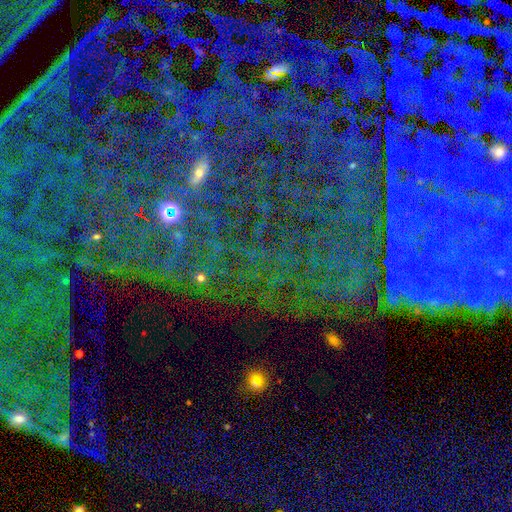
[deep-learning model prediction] smooth-or-featured: star or artifact: 81% | featured or disk: 10% | smooth: 8%